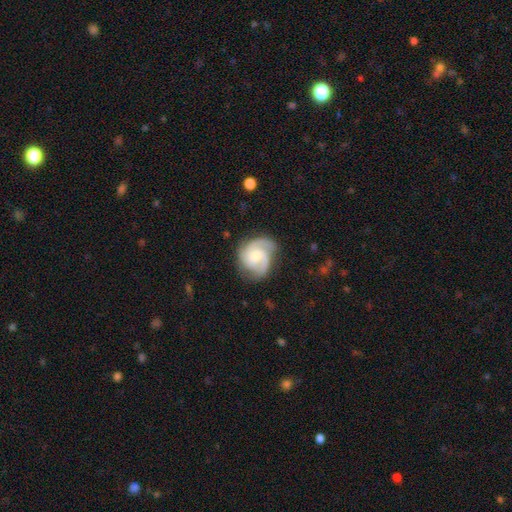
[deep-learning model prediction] The model was most divided on "bulge size": moderate: 49%, small: 43%, large: 3%, none: 3%, dominant: 1%. Remaining: edge-on disk — no (98%); spiral arms — yes (98%); smooth or featured — featured or disk (85%); merging — none (71%); bar — no (66%); spiral winding — tight (49%); spiral arm count — 3 (47%).